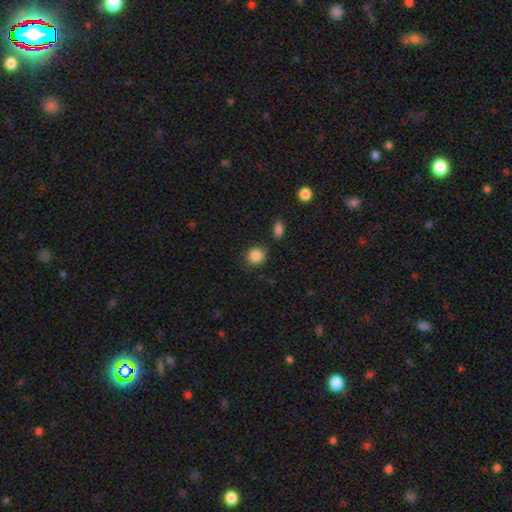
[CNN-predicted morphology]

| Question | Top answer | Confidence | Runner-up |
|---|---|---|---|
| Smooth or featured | smooth | 87% | star or artifact (9%) |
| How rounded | round | 84% | in between (15%) |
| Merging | none | 82% | minor disturbance (11%) |